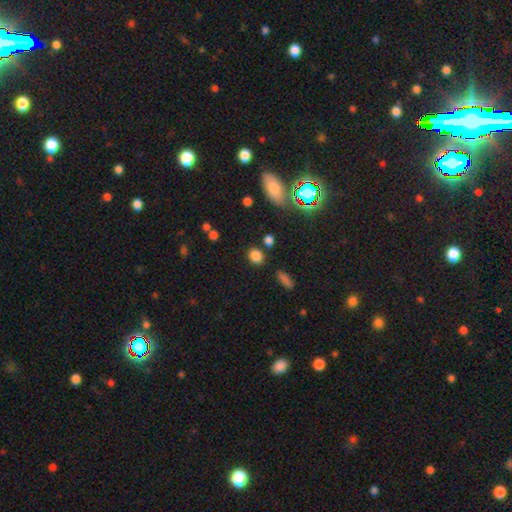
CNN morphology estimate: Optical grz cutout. It shows a smooth galaxy with no disk features (81%) that is round (63%). Merging: none (81%).